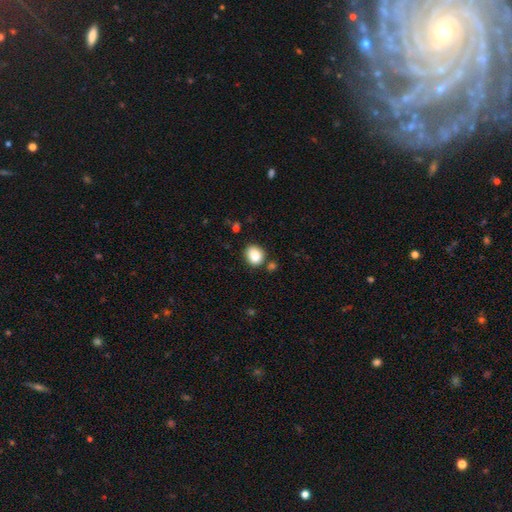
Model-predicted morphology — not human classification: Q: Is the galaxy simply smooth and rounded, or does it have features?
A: smooth — 86%.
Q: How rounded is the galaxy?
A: round — 60%.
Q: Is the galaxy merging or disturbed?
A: none — 80%.